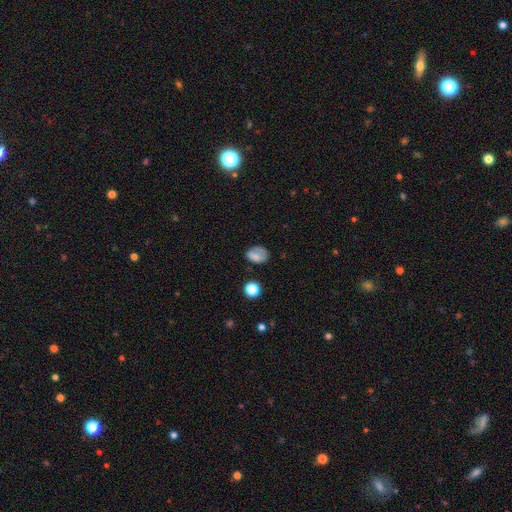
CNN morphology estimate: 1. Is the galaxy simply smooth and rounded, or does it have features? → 72% smooth, 16% featured or disk, 12% star or artifact.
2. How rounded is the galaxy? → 69% in between, 30% round, 1% cigar-shaped.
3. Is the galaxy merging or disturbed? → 59% none, 26% minor disturbance, 12% major disturbance, 3% merger.